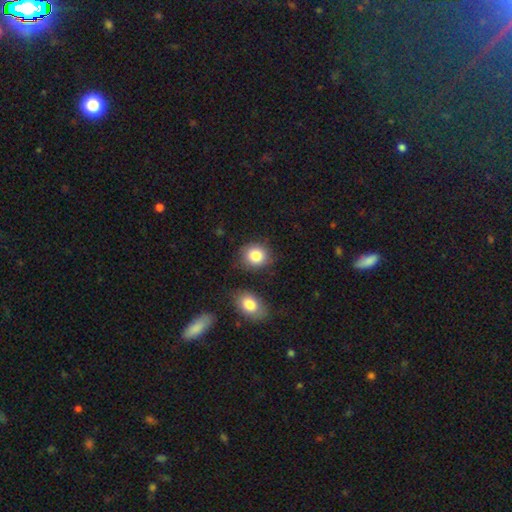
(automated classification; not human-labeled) This appears to be a smooth galaxy with no disk features (84%) that is round (74%). Merging: none (78%).